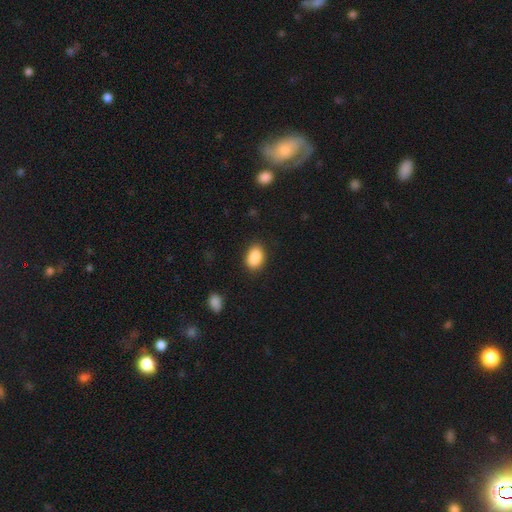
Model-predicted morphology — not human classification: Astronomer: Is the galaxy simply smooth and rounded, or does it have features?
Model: smooth — 89%.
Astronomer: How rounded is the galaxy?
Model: in between — 86%.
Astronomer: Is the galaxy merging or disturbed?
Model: none — 84%.